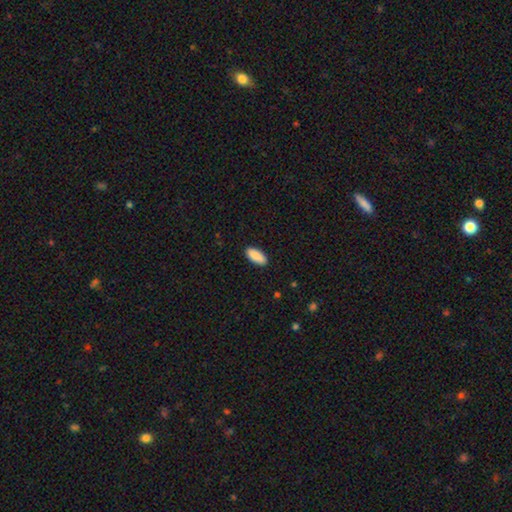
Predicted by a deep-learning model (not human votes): smooth-or-featured: smooth: 90% | star or artifact: 6% | featured or disk: 4%
  how-rounded: in between: 87% | cigar-shaped: 11% | round: 2%
  merging: none: 89% | minor disturbance: 8% | major disturbance: 2% | merger: 1%